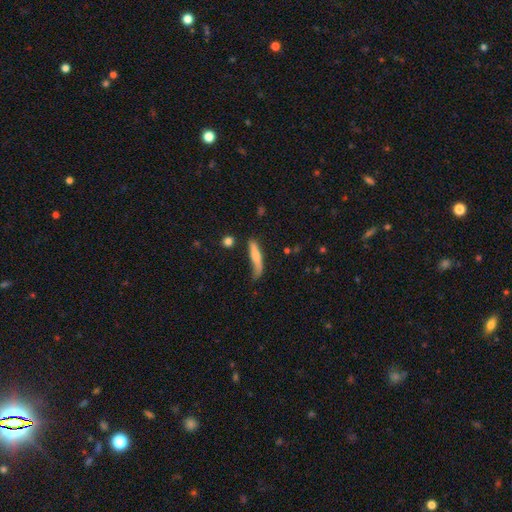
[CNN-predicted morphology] A smooth galaxy with no disk features (66%) that is cigar-shaped (83%).

Vote fractions:
- Smooth or featured? smooth: 66% / featured or disk: 28% / star or artifact: 6%
- How rounded? cigar-shaped: 83% / in between: 15% / round: 2%
- Merging? none: 46% / minor disturbance: 32% / major disturbance: 16% / merger: 6%